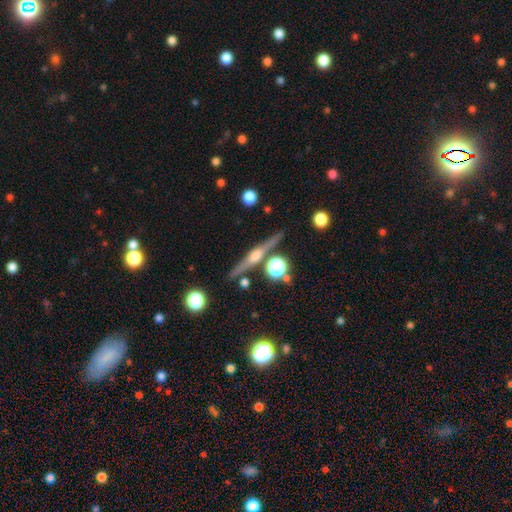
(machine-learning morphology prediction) type=featured or disk (79%); edge-on=yes (97%); edge-on bulge=rounded (87%); merging=none (85%).